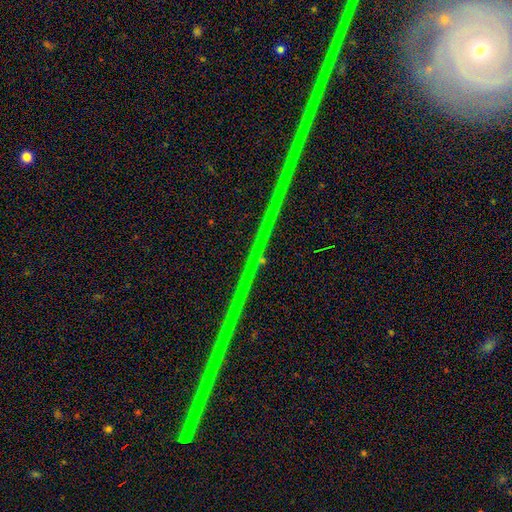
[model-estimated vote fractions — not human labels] Q: Smooth or featured?
A: star or artifact (82%); runner-up: featured or disk (12%)